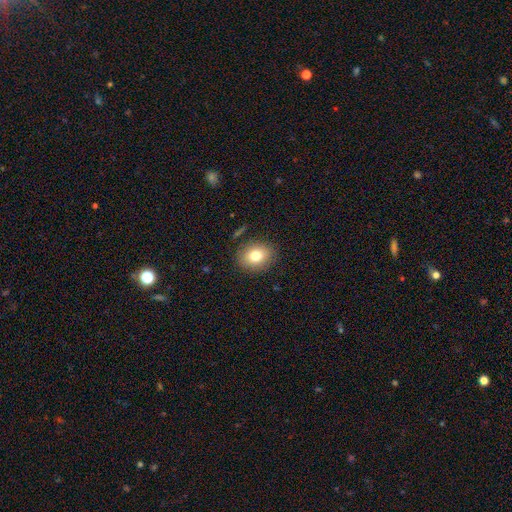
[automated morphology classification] Overall: smooth (78%). How rounded: round (57%; in between 42%). Merging: none (85%).